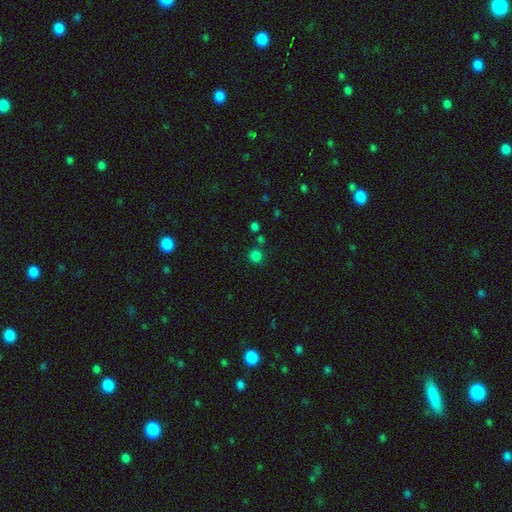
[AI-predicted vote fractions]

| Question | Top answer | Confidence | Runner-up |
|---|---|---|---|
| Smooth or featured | smooth | 80% | star or artifact (16%) |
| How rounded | round | 93% | in between (6%) |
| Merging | none | 81% | merger (8%) |